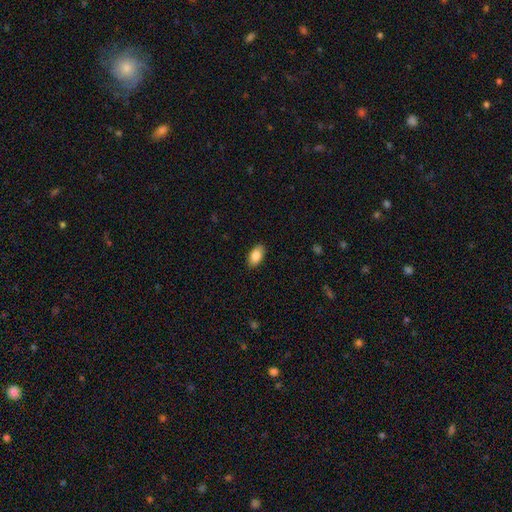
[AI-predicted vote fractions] Smooth or featured? Predicted: smooth (p=0.85). How rounded? Predicted: in between (p=0.93). Merging? Predicted: none (p=0.89).